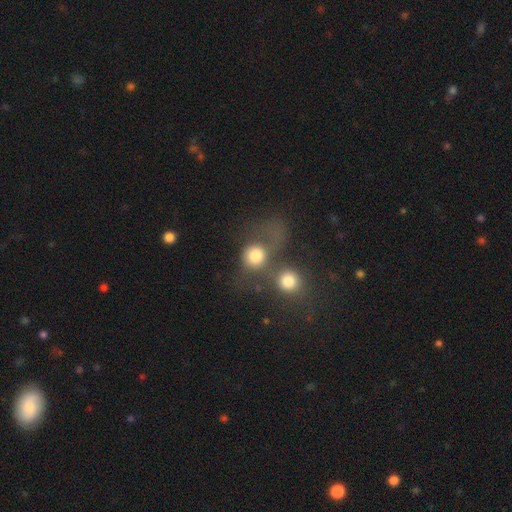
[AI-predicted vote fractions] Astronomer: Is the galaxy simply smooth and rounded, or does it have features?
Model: smooth — 74%.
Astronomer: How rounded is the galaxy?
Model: round — 77%.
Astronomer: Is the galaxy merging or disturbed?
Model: merger — 55%.